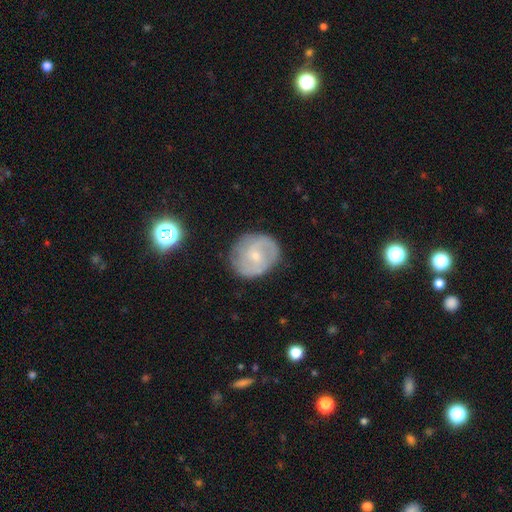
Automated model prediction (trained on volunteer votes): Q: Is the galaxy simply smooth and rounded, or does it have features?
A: featured or disk — 65%.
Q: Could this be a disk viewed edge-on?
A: no — 97%.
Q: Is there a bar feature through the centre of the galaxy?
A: no — 52%.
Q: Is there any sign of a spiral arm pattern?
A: yes — 85%.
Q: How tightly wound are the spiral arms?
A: medium — 44%.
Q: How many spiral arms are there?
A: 2 — 58%.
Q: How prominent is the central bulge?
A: small — 70%.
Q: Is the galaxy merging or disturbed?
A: none — 78%.